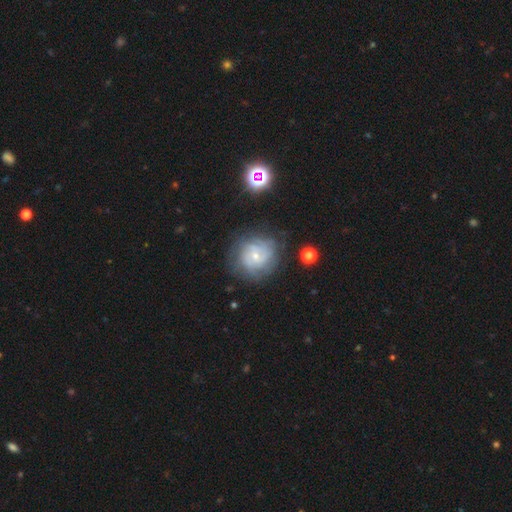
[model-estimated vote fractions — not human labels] Morphology: type=featured or disk (70%); edge-on=no (97%); bar=no (76%); spiral arms=yes (86%); winding=tight (65%); arm count=can't tell (48%); bulge=small (69%); merging=none (72%).